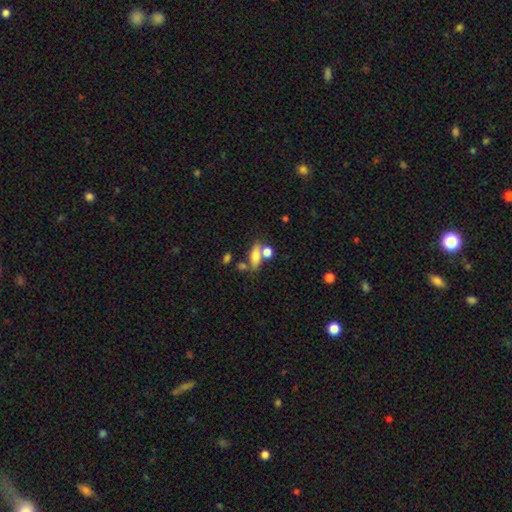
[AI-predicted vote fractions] Morphology: type=smooth (65%); roundness=in between (61%); merging=none (51%).